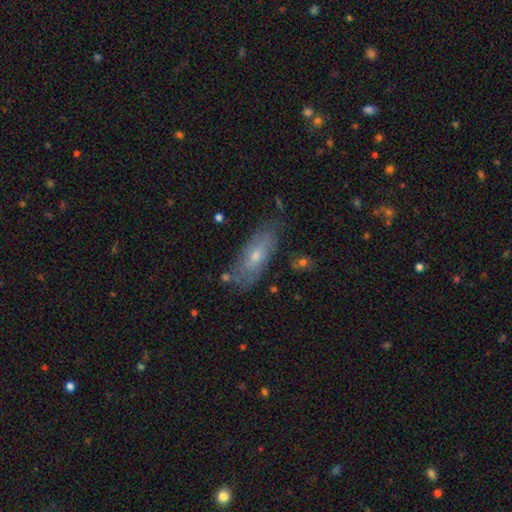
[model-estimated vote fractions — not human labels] This is possibly a smooth galaxy (49%). Merging: likely none (68%).